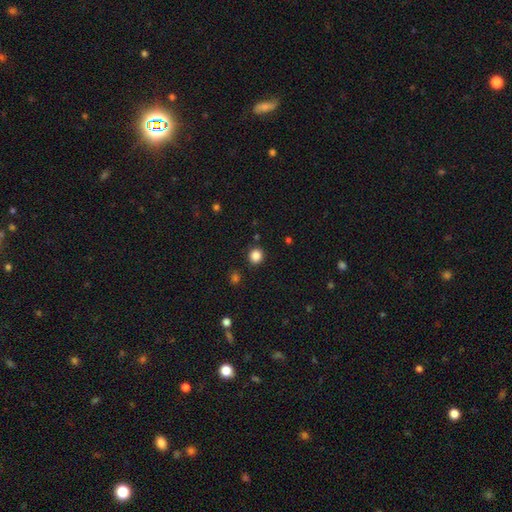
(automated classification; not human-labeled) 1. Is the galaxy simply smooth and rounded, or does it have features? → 85% smooth, 11% star or artifact, 3% featured or disk.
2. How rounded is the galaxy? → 89% round, 10% in between, 1% cigar-shaped.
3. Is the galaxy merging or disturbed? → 90% none, 6% minor disturbance, 2% major disturbance, 2% merger.